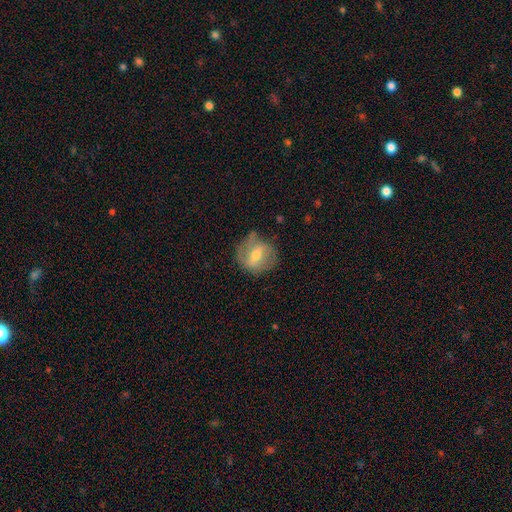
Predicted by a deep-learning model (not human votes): featured or disk 55%, smooth 38%, star or artifact 8%. Down the decision tree: edge-on disk — no (94%); bar — weak (47%); spiral arms — yes (65%); bulge size — moderate (63%); merging — none (62%).